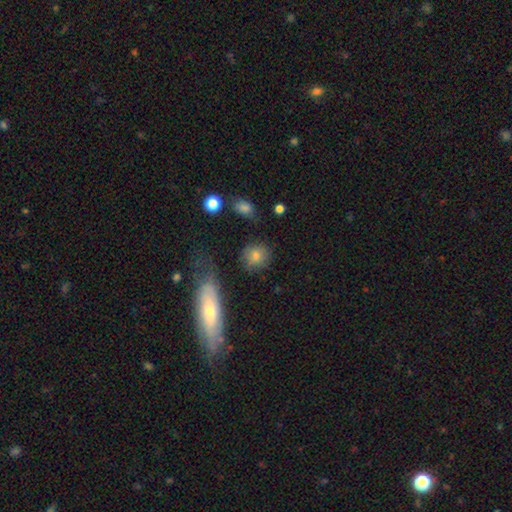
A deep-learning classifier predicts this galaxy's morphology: Overall: smooth (75%). How rounded: round (76%). Merging: none (74%).